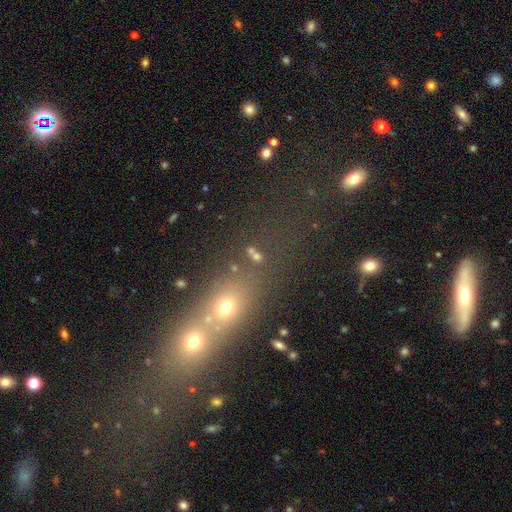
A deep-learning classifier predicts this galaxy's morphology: This appears to be a smooth galaxy with no disk features (52%) that is in between round and cigar-shaped (46%, tied with round). Merging: none (58%).